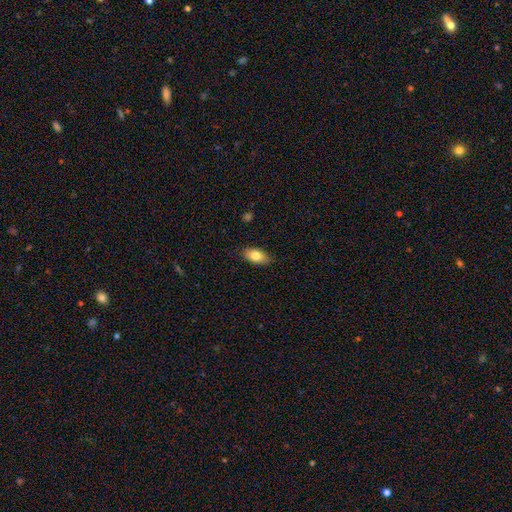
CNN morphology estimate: Smooth or featured: smooth — 80% (featured or disk — 13%)
How rounded: in between — 89% (round — 6%)
Merging: none — 85% (minor disturbance — 12%)